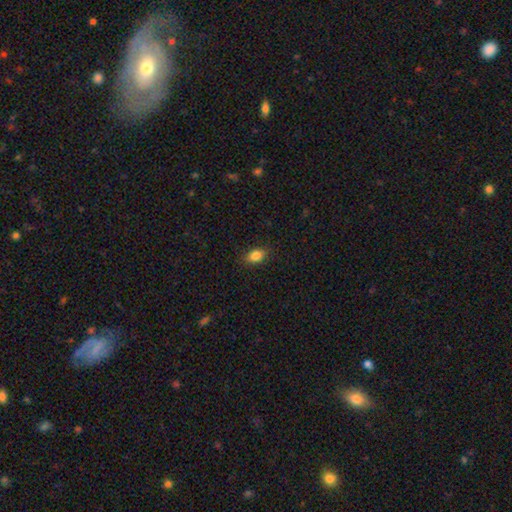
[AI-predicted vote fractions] Overall: smooth (85%). How rounded: in between (79%). Merging: none (86%).